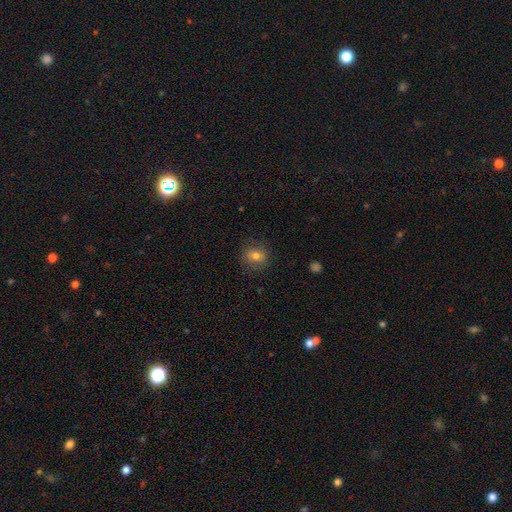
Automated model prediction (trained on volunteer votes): A smooth galaxy with no disk features (75%) that is round (76%).

Vote fractions:
- Smooth or featured? smooth: 75% / featured or disk: 14% / star or artifact: 11%
- How rounded? round: 76% / in between: 23% / cigar-shaped: 1%
- Merging? none: 83% / minor disturbance: 12% / major disturbance: 4% / merger: 1%